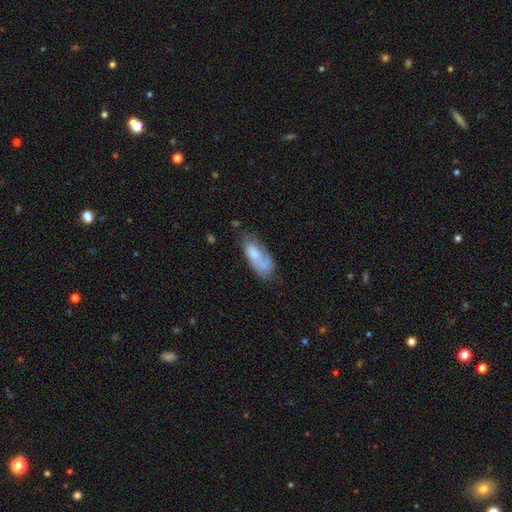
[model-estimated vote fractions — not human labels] A smooth galaxy with no disk features (52%) that is in between round and cigar-shaped (80%). Merging: none (51%).